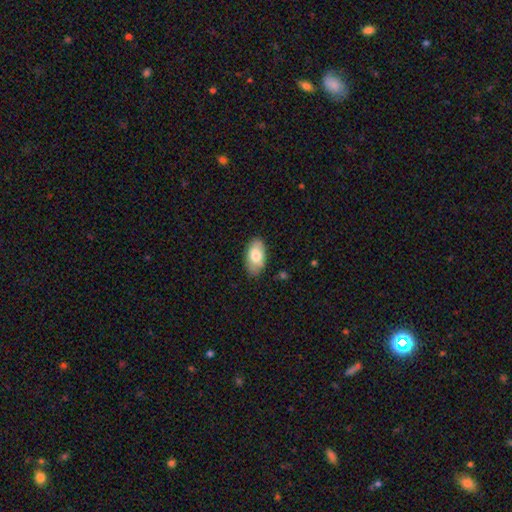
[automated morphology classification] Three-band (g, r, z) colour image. It shows a smooth galaxy with no disk features (78%) that is in between round and cigar-shaped (95%). Merging: none (83%).